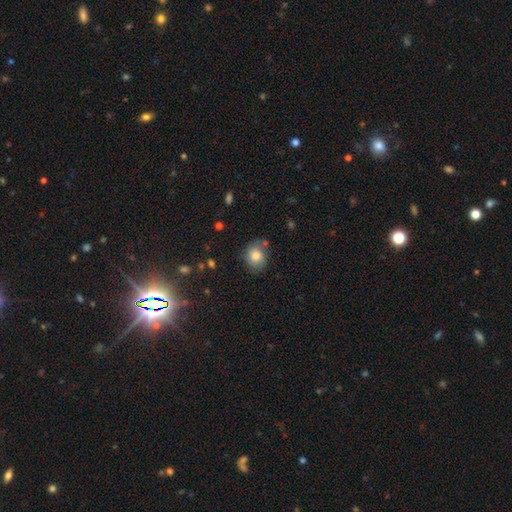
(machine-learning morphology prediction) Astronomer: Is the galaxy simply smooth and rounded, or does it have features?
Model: smooth — 80%.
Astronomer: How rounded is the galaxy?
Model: round — 61% (runner-up: in between, 38%).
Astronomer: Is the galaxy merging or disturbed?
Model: none — 69%.